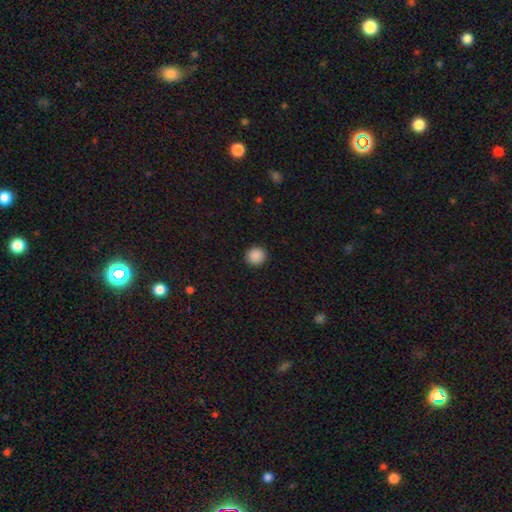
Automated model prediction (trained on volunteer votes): smooth_or_featured: smooth (p=0.89) [alt: star or artifact p=0.09]
how_rounded: round (p=0.90) [alt: in between p=0.09]
merging: none (p=0.92) [alt: minor disturbance p=0.05]